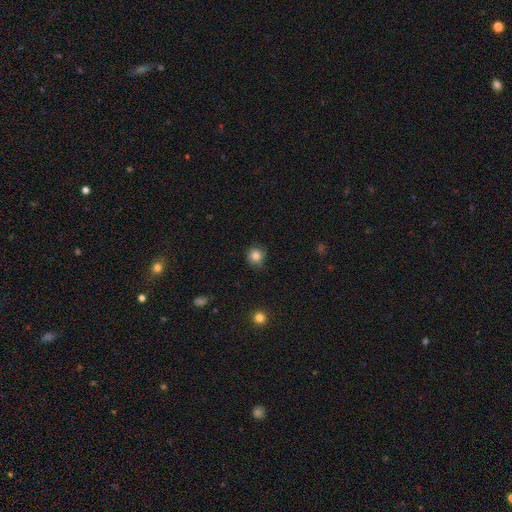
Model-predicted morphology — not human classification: A smooth galaxy with no disk features (82%) that is round (89%). Merging: none (76%).